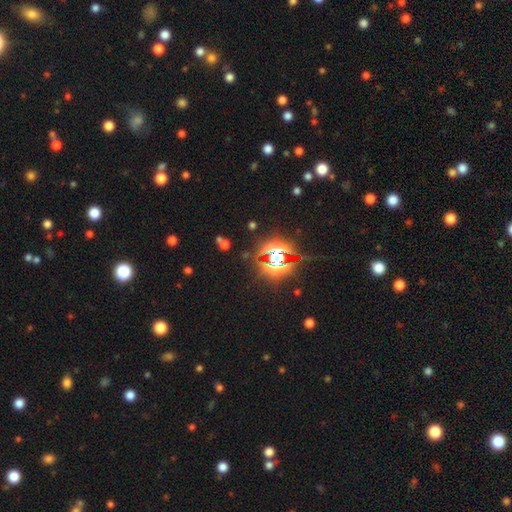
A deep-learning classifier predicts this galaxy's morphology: The model was most divided on "smooth or featured": star or artifact: 80%, smooth: 14%, featured or disk: 7%.